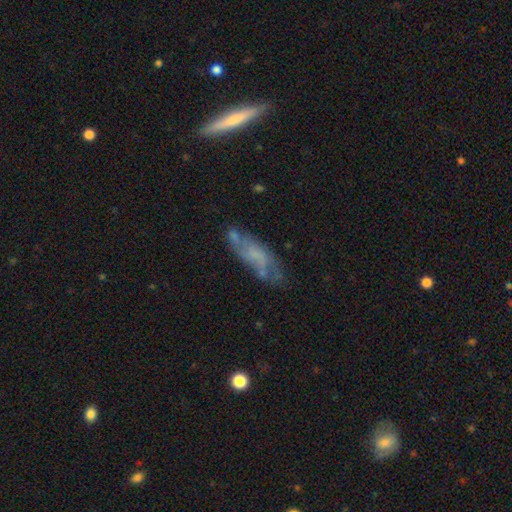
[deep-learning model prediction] A smooth galaxy with no disk features (46%). Merging: none (53%).